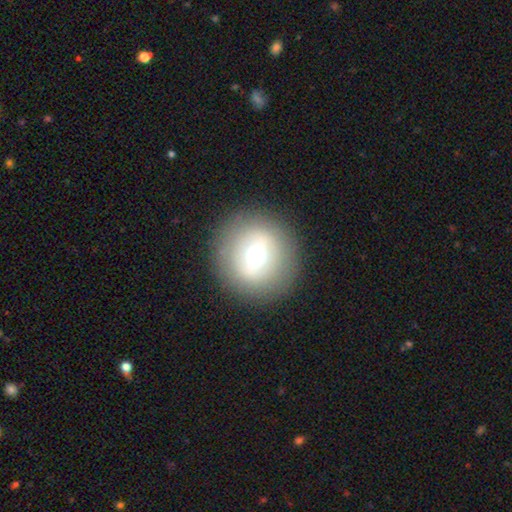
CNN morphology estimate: Q: Smooth or featured?
A: smooth (58%); runner-up: featured or disk (29%)
Q: How rounded?
A: round (94%); runner-up: in between (5%)
Q: Merging?
A: none (88%); runner-up: minor disturbance (7%)